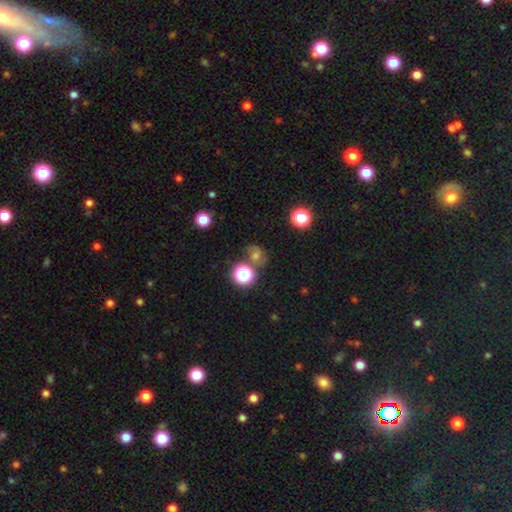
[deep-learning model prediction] This appears to be a smooth galaxy with no disk features (41%). Merging: none (63%).